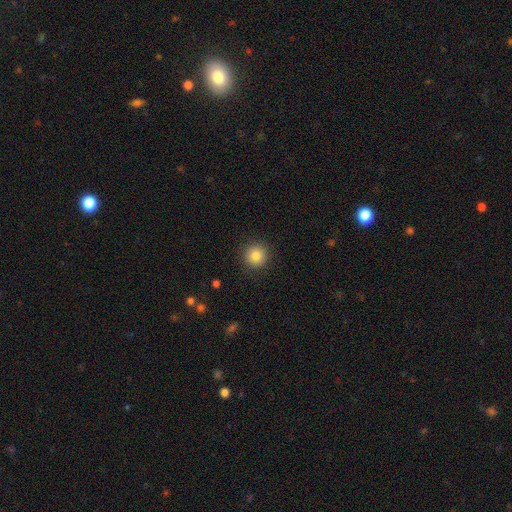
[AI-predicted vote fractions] Smooth or featured?
  - smooth: 85% *
  - star or artifact: 10%
  - featured or disk: 5%
How rounded?
  - round: 95% *
  - in between: 5%
  - cigar-shaped: 1%
Merging?
  - none: 91% *
  - minor disturbance: 6%
  - major disturbance: 2%
  - merger: 1%